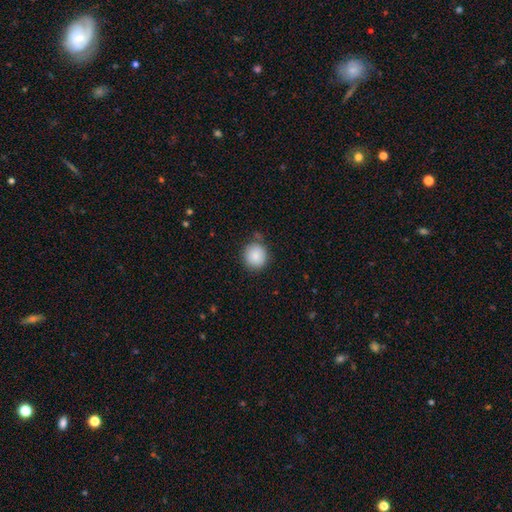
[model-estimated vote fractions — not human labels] smooth 87%, star or artifact 8%, featured or disk 5%. Down the decision tree: how rounded — round (90%); merging — none (78%).